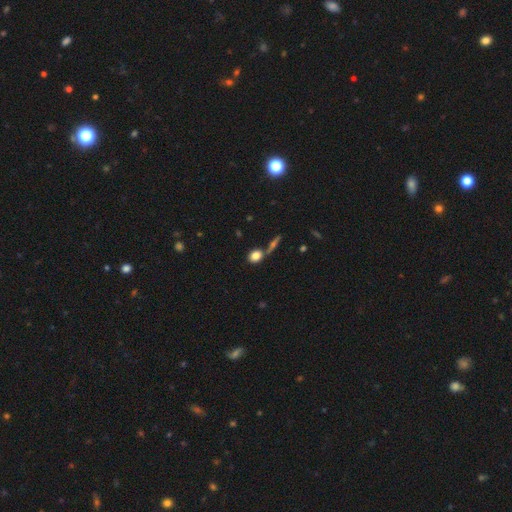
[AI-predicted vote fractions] smooth-or-featured: smooth: 81% | star or artifact: 10% | featured or disk: 9%
  how-rounded: round: 55% | in between: 42% | cigar-shaped: 3%
  merging: none: 60% | merger: 24% | minor disturbance: 12% | major disturbance: 5%